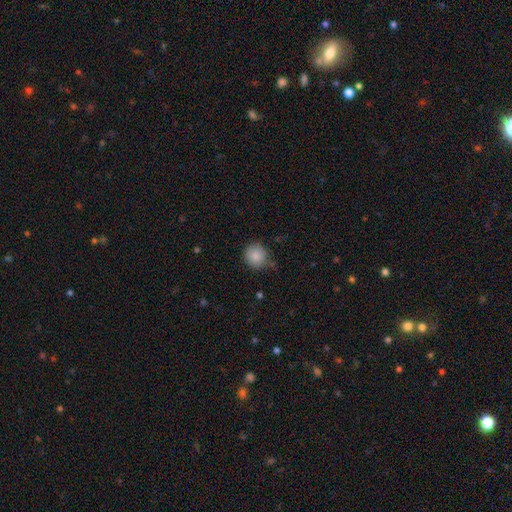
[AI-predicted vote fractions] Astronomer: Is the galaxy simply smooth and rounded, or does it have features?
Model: smooth — 86%.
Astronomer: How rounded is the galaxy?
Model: round — 92%.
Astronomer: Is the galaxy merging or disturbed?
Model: none — 78%.